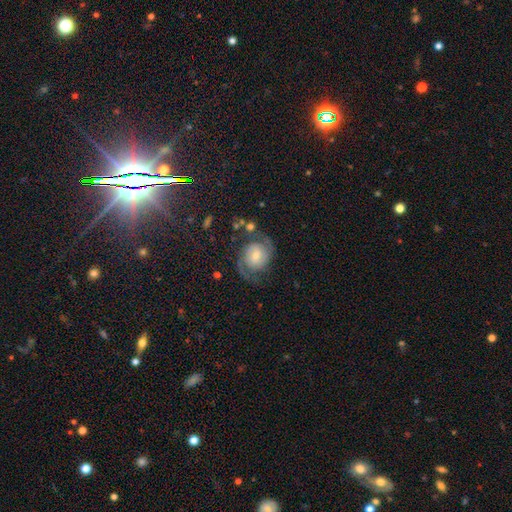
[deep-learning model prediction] The model was most divided on "bulge size": small: 48%, moderate: 37%, large: 8%, none: 4%, dominant: 2%. Remaining: edge-on disk — no (98%); spiral arms — yes (95%); spiral arm count — 2 (90%); smooth or featured — featured or disk (77%); merging — none (70%); bar — no (59%); spiral winding — medium (50%).